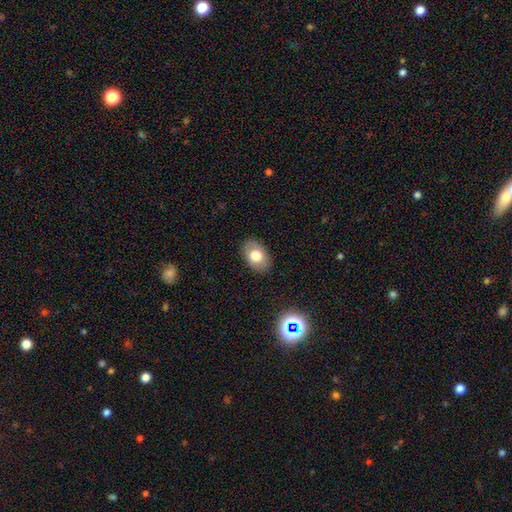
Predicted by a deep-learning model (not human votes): Q: Smooth or featured?
A: smooth (75%); runner-up: featured or disk (16%)
Q: How rounded?
A: in between (83%); runner-up: round (16%)
Q: Merging?
A: none (85%); runner-up: minor disturbance (11%)